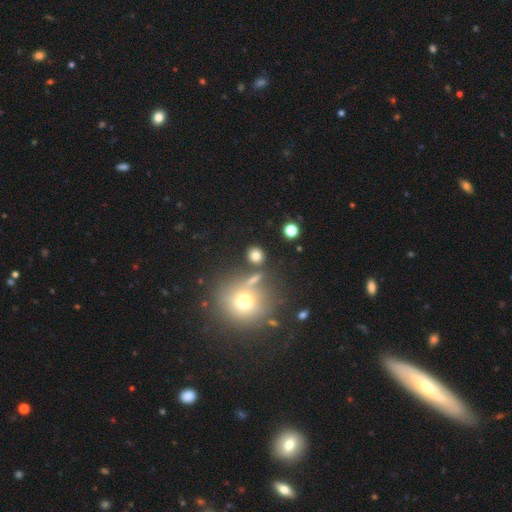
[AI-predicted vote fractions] Morphology: type=smooth (75%); roundness=round (75%); merging=none (78%).